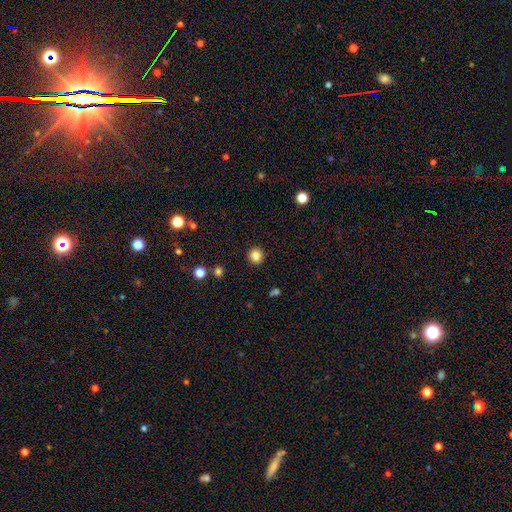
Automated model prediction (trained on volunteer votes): Q: Smooth or featured?
A: smooth (84%); runner-up: star or artifact (11%)
Q: How rounded?
A: round (92%); runner-up: in between (7%)
Q: Merging?
A: none (92%); runner-up: minor disturbance (5%)